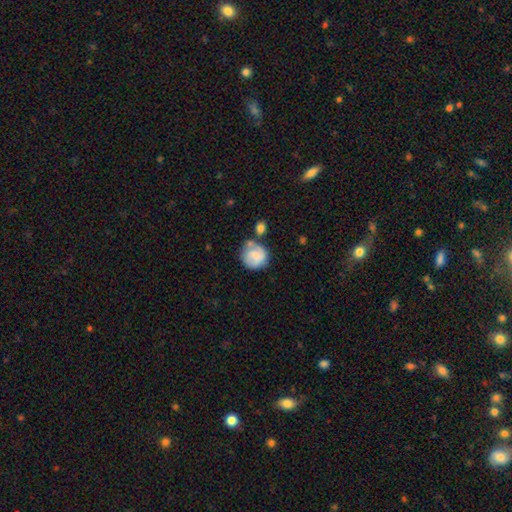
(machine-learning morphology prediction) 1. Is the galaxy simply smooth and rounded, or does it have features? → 54% smooth, 39% featured or disk, 7% star or artifact.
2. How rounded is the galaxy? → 85% round, 14% in between, 1% cigar-shaped.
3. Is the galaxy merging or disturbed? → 50% none, 23% minor disturbance, 18% merger, 9% major disturbance.